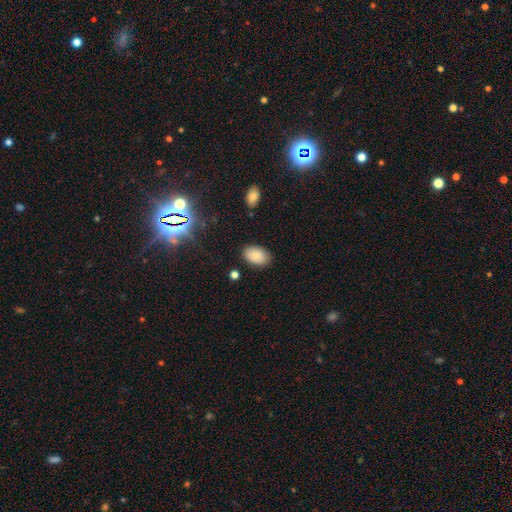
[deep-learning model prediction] Overall: smooth (81%). How rounded: in between (90%). Merging: none (84%).